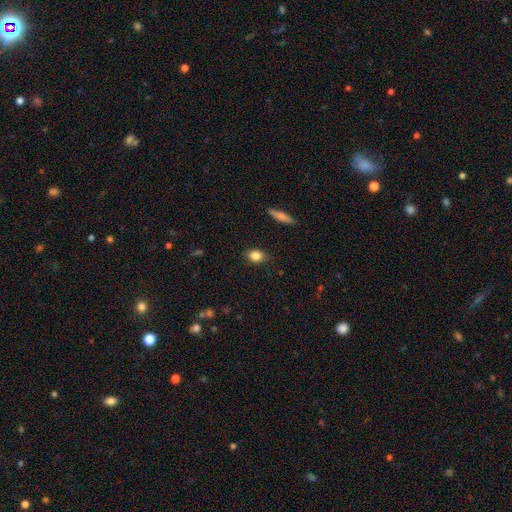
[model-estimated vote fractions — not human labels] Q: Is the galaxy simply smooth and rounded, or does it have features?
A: smooth — 84%.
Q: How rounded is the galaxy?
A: in between — 66%.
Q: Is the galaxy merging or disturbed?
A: none — 86%.